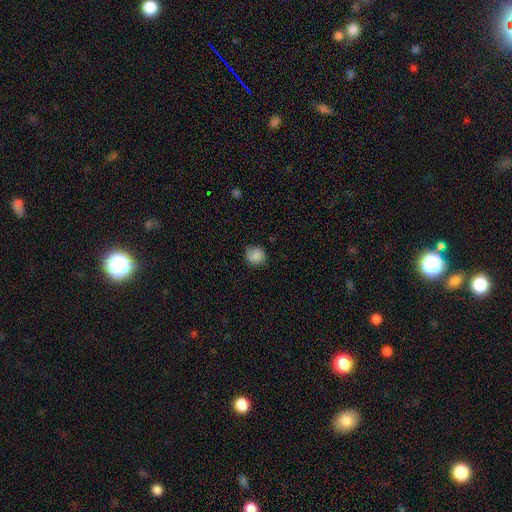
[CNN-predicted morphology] type=smooth (85%); roundness=round (81%); merging=none (73%).